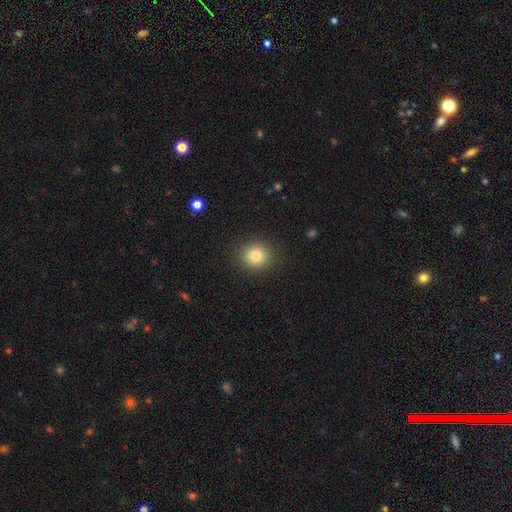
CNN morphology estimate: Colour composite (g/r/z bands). It shows a smooth galaxy with no disk features (82%) that is round (86%). Merging: none (90%).